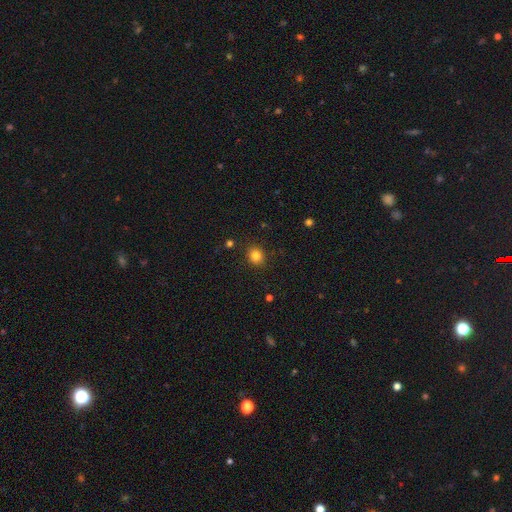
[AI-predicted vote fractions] smooth_or_featured: smooth (p=0.83) [alt: star or artifact p=0.12]
how_rounded: round (p=0.76) [alt: in between p=0.23]
merging: none (p=0.89) [alt: minor disturbance p=0.07]